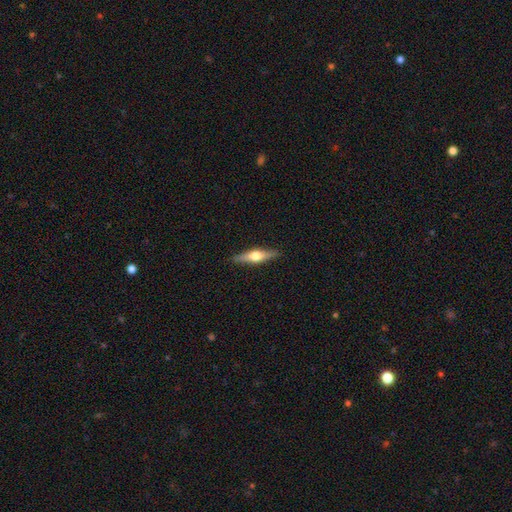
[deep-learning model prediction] A featured or disk galaxy (65%) viewed edge-on (96%) with a rounded central bulge (94%). Merging: none (90%).